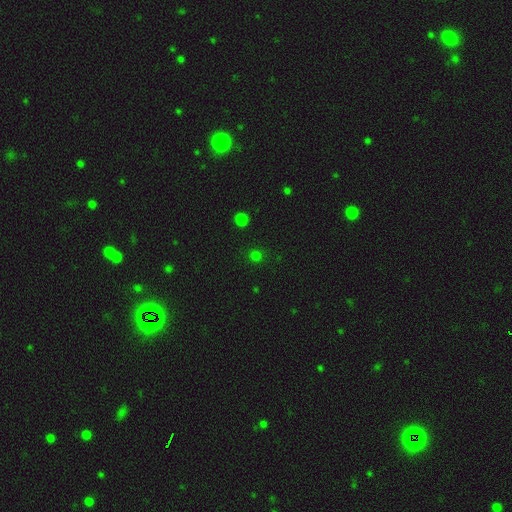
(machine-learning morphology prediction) Smooth or featured? smooth (70%)
How rounded? round (91%)
Merging? none (89%)